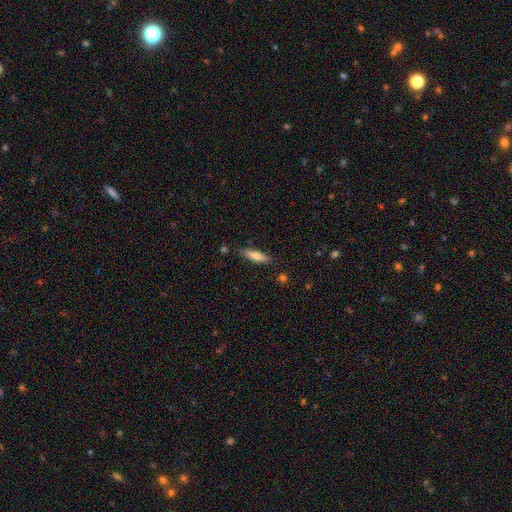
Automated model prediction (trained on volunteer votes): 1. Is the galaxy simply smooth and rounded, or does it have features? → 76% smooth, 17% featured or disk, 6% star or artifact.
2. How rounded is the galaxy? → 63% cigar-shaped, 36% in between, 2% round.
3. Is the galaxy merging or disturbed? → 84% none, 11% minor disturbance, 2% major disturbance, 2% merger.